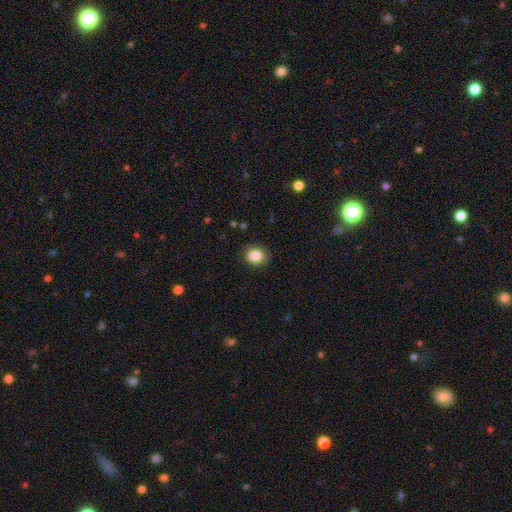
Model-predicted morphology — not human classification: Smooth or featured? smooth (86%)
How rounded? round (77%)
Merging? none (86%)